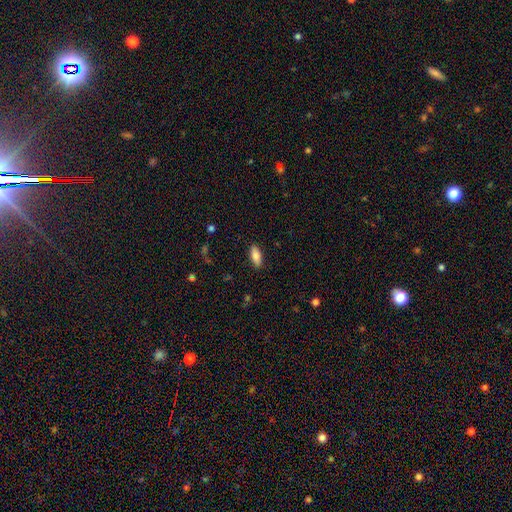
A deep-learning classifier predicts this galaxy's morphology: Smooth or featured: smooth — 79% (featured or disk — 14%)
How rounded: in between — 82% (cigar-shaped — 15%)
Merging: none — 88% (minor disturbance — 9%)